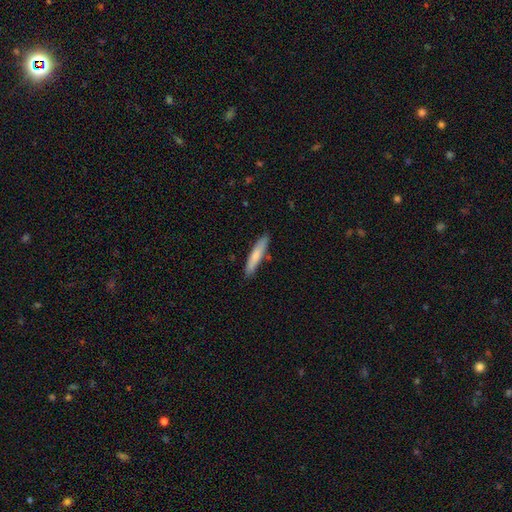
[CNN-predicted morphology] A smooth galaxy with no disk features (74%) that is cigar-shaped (89%). Merging: none (86%).